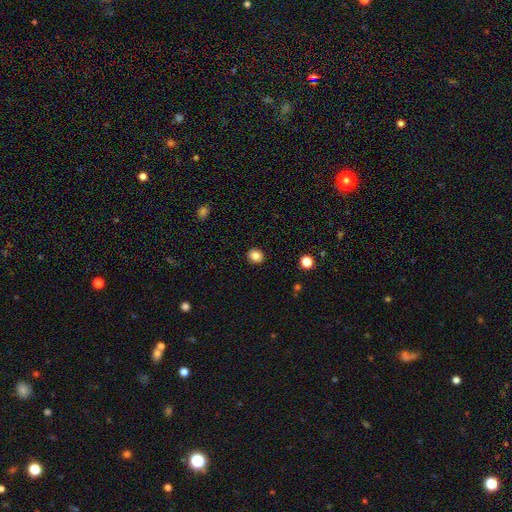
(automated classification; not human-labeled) smooth 84%, star or artifact 10%, featured or disk 5%. Down the decision tree: how rounded — round (64%); merging — none (91%).